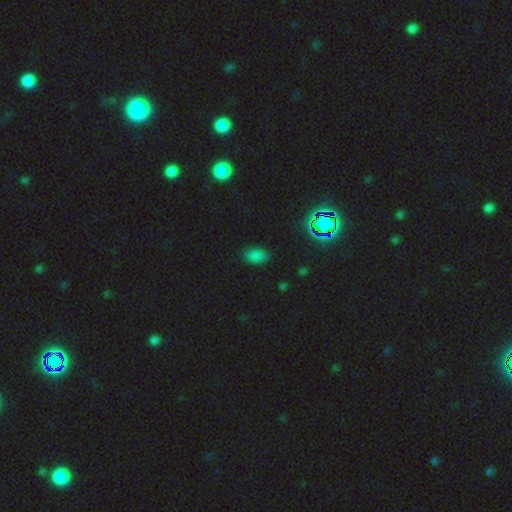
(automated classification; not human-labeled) Smooth or featured: smooth — 71% (star or artifact — 24%)
How rounded: in between — 87% (round — 11%)
Merging: none — 84% (minor disturbance — 12%)